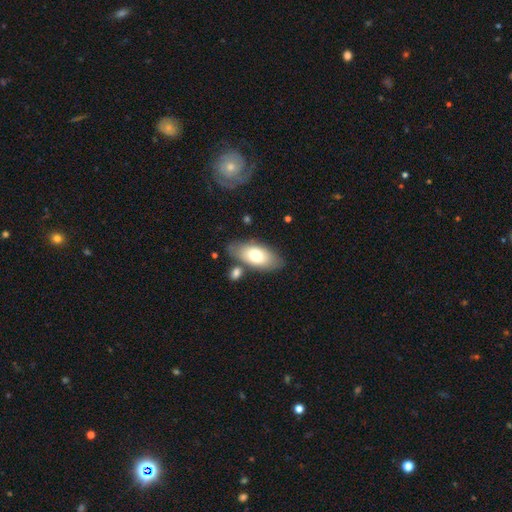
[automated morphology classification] Smooth or featured?
  - smooth: 70% *
  - featured or disk: 24%
  - star or artifact: 6%
How rounded?
  - in between: 90% *
  - cigar-shaped: 7%
  - round: 3%
Merging?
  - none: 73% *
  - minor disturbance: 14%
  - merger: 9%
  - major disturbance: 4%